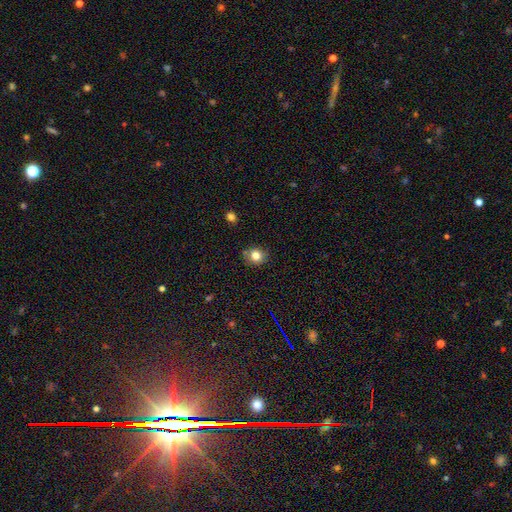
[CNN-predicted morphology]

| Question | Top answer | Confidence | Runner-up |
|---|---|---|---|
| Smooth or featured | smooth | 80% | star or artifact (12%) |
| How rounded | round | 75% | in between (24%) |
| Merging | none | 81% | minor disturbance (14%) |